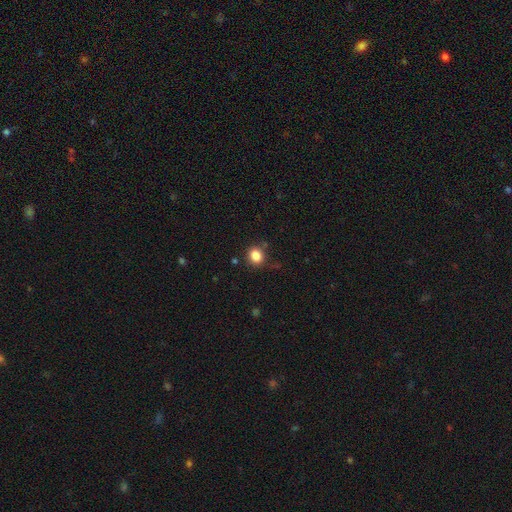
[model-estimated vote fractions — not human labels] Overall: smooth (85%). How rounded: round (75%). Merging: none (81%).